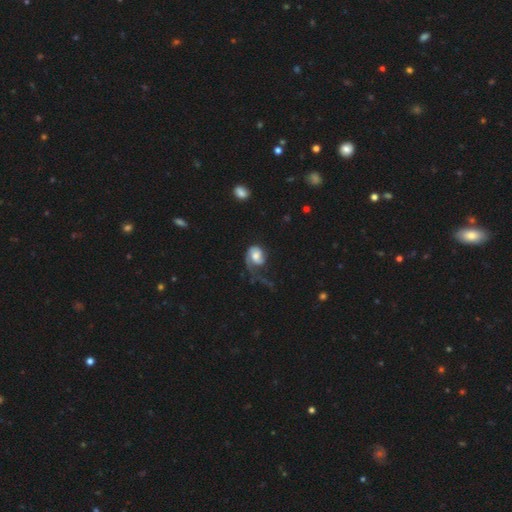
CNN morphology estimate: The model was most divided on "spiral winding": loose: 37%, medium: 34%, tight: 30%. Remaining: edge-on disk — no (97%); spiral arms — yes (88%); spiral arm count — 1 (67%); smooth or featured — featured or disk (66%); bar — no (65%); bulge size — moderate (53%); merging — major disturbance (48%).